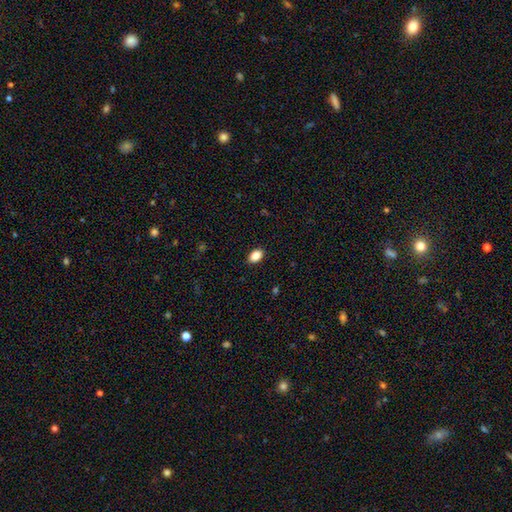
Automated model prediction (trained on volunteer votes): Smooth or featured? smooth (88%)
How rounded? in between (86%)
Merging? none (90%)